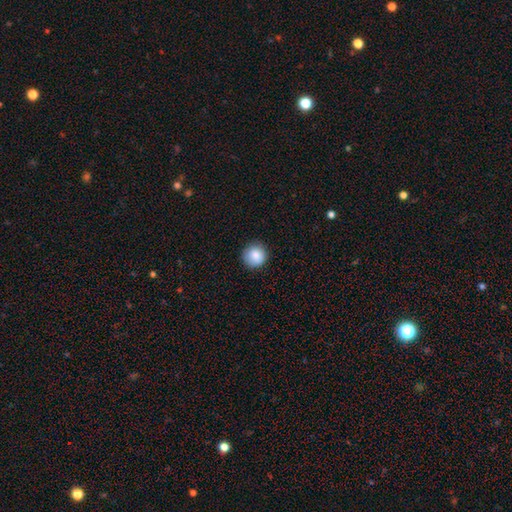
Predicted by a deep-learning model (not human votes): Overall: smooth (86%). How rounded: round (94%). Merging: none (88%).